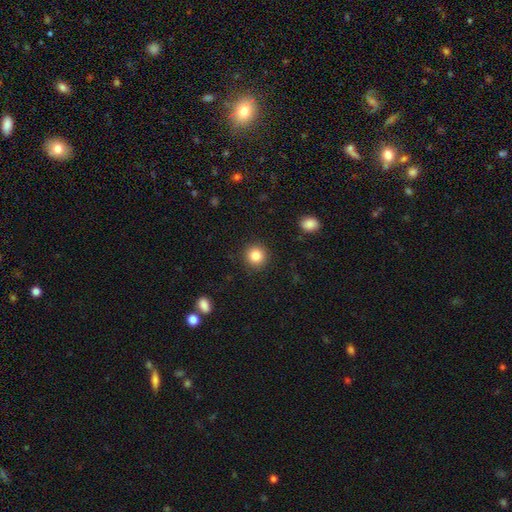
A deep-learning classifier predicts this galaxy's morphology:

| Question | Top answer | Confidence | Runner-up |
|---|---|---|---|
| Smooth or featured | smooth | 85% | star or artifact (10%) |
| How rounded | round | 93% | in between (6%) |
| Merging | none | 91% | minor disturbance (6%) |